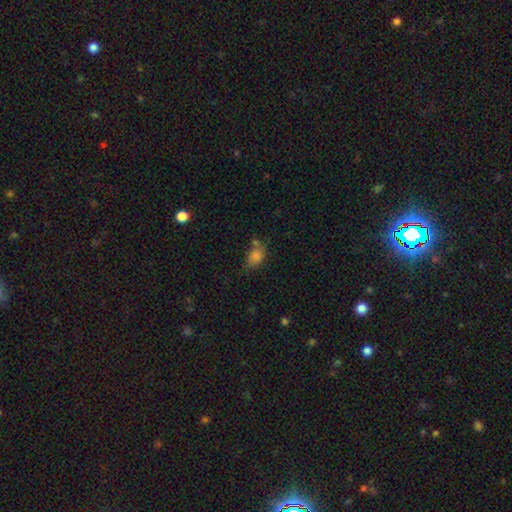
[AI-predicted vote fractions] Q: Smooth or featured?
A: smooth (78%); runner-up: star or artifact (13%)
Q: How rounded?
A: in between (75%); runner-up: round (23%)
Q: Merging?
A: none (55%); runner-up: minor disturbance (22%)